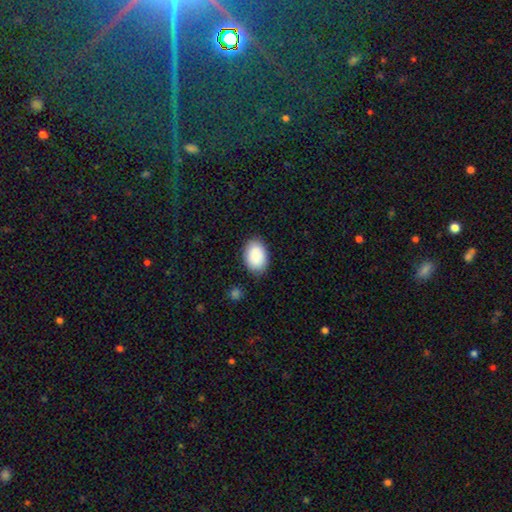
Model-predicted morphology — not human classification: Q: Smooth or featured?
A: smooth (90%); runner-up: star or artifact (6%)
Q: How rounded?
A: in between (86%); runner-up: round (13%)
Q: Merging?
A: none (84%); runner-up: minor disturbance (12%)